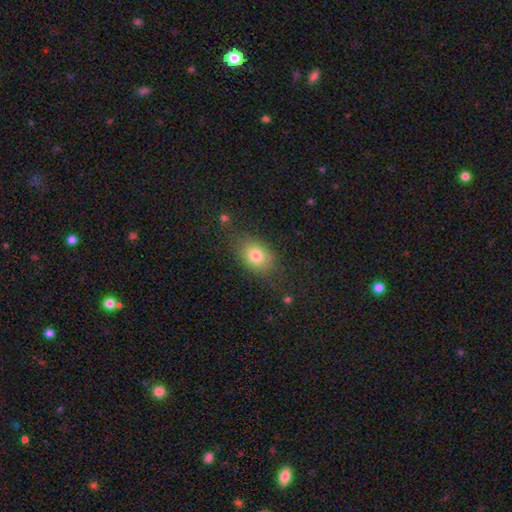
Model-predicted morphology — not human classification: This is likely a smooth galaxy (78%). How rounded: likely in between (69%). Merging: likely none (68%).